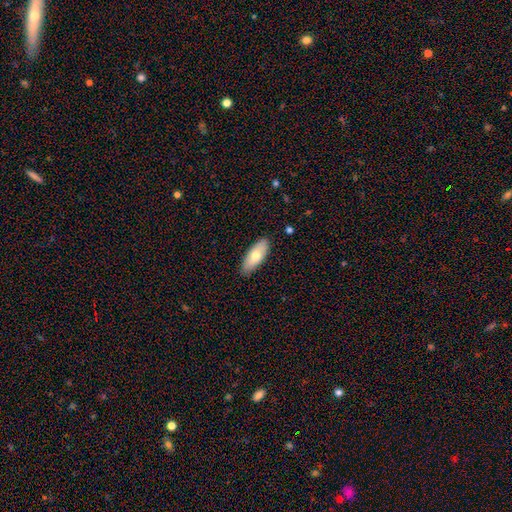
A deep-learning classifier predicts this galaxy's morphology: smooth 70%, featured or disk 24%, star or artifact 6%. Down the decision tree: how rounded — in between (81%); merging — none (88%).